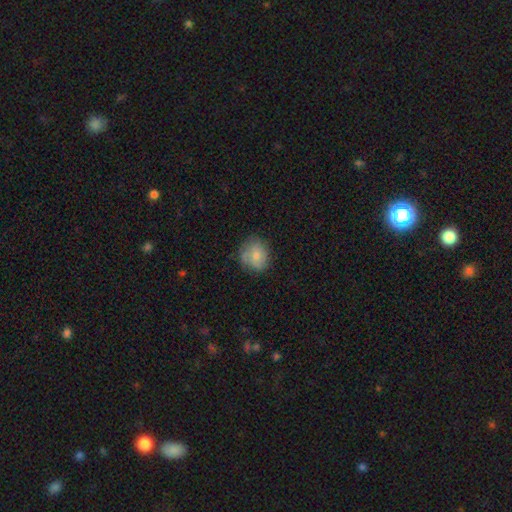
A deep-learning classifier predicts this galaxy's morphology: The model was most divided on "merging": none: 65%, minor disturbance: 26%, major disturbance: 8%, merger: 2%. More confident: how rounded — round (73%); smooth or featured — smooth (70%).